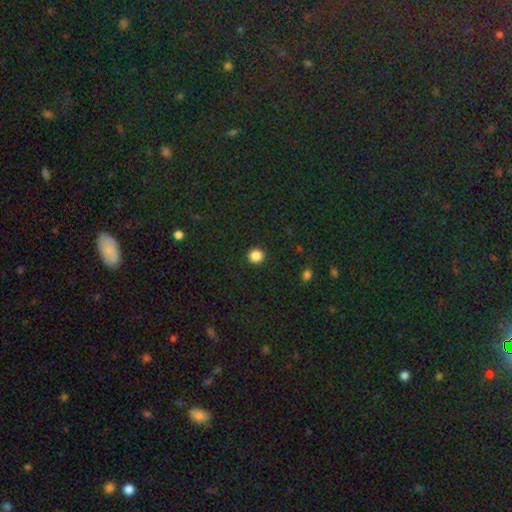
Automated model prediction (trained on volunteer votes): Overall: smooth (86%). How rounded: round (93%). Merging: none (92%).